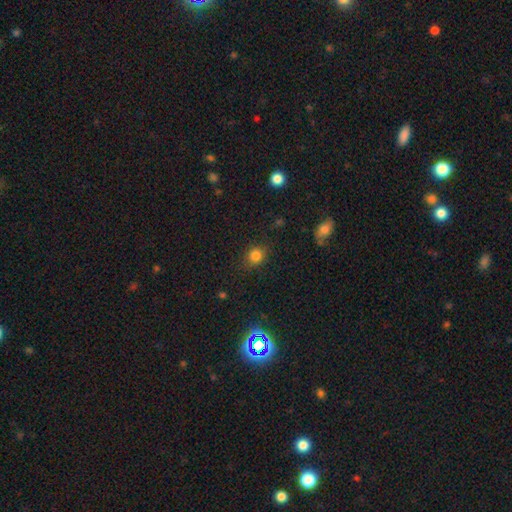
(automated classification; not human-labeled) smooth 81%, star or artifact 14%, featured or disk 5%. Down the decision tree: how rounded — round (74%); merging — none (83%).